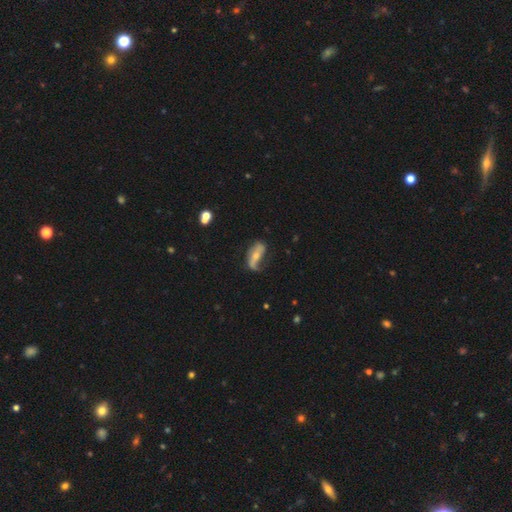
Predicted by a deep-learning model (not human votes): Q: Smooth or featured?
A: featured or disk (58%); runner-up: smooth (34%)
Q: Edge-on disk?
A: no (82%); runner-up: yes (18%)
Q: Merging?
A: none (40%); runner-up: minor disturbance (32%)